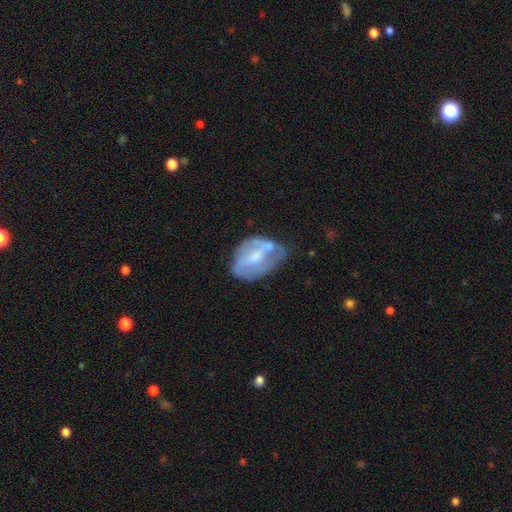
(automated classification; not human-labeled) A featured or disk galaxy (65%) with a weak bar (42%), spiral arms (56%) and a moderate central bulge (45%). Merging: none (43%).